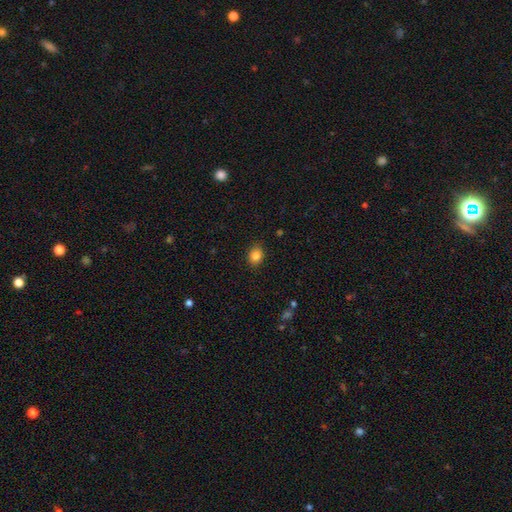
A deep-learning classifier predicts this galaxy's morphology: This appears to be a smooth galaxy with no disk features (85%) that is round (50%). Merging: none (87%).